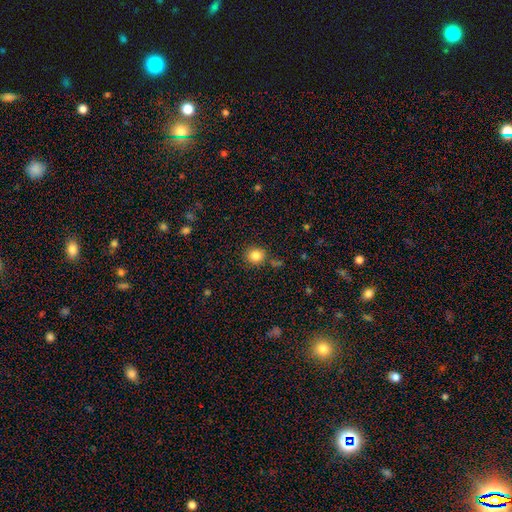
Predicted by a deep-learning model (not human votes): This appears to be a smooth galaxy with no disk features (84%) that is round (84%). Merging: none (83%).